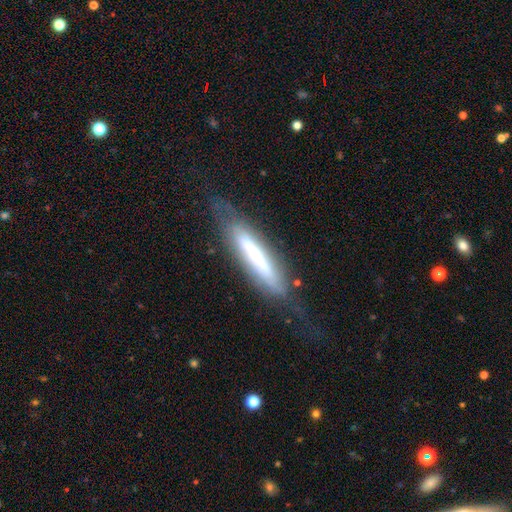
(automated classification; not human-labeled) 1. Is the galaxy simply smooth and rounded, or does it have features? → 56% featured or disk, 36% smooth, 8% star or artifact.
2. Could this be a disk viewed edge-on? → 65% yes, 35% no.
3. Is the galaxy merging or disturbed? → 56% none, 24% minor disturbance, 14% major disturbance, 5% merger.